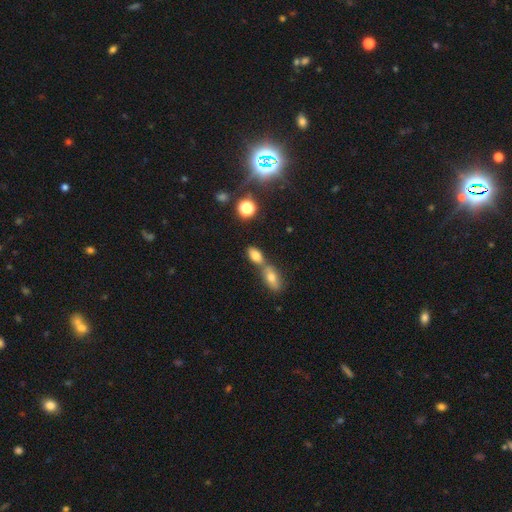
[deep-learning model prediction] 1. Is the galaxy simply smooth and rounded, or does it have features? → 76% smooth, 12% featured or disk, 12% star or artifact.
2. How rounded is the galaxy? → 86% in between, 8% round, 6% cigar-shaped.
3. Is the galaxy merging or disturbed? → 48% merger, 39% none, 9% minor disturbance, 4% major disturbance.